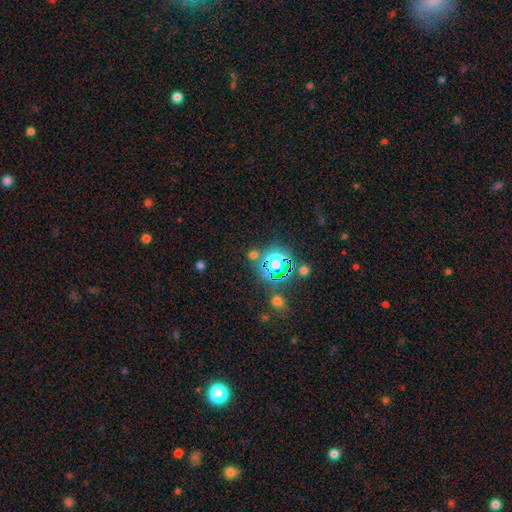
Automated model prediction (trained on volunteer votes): Smooth or featured? Predicted: star or artifact (p=0.66).